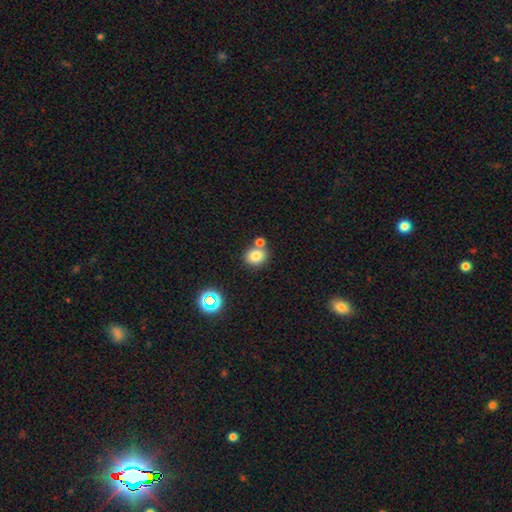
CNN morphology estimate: smooth 79%, star or artifact 13%, featured or disk 8%. Down the decision tree: how rounded — round (73%); merging — none (63%).